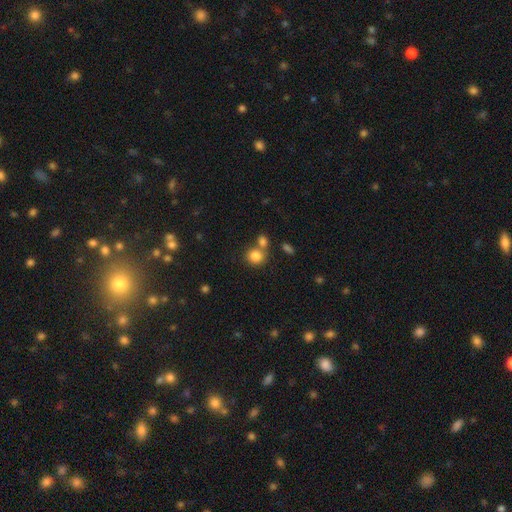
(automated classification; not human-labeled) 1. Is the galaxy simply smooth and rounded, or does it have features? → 82% smooth, 11% star or artifact, 7% featured or disk.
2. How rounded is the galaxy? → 82% round, 17% in between, 1% cigar-shaped.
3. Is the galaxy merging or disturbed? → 56% none, 32% merger, 9% minor disturbance, 4% major disturbance.